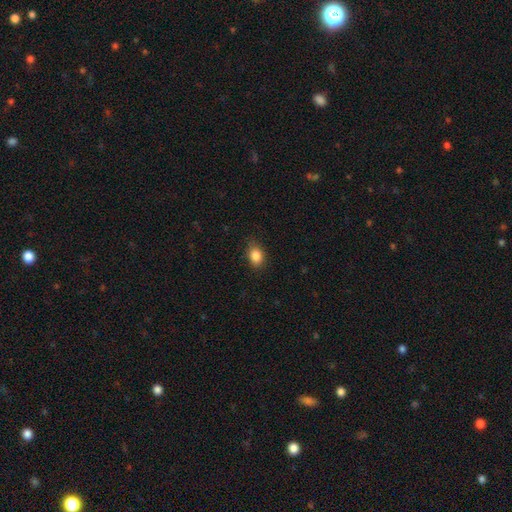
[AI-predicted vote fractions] smooth 86%, star or artifact 9%, featured or disk 5%. Down the decision tree: how rounded — in between (72%); merging — none (82%).